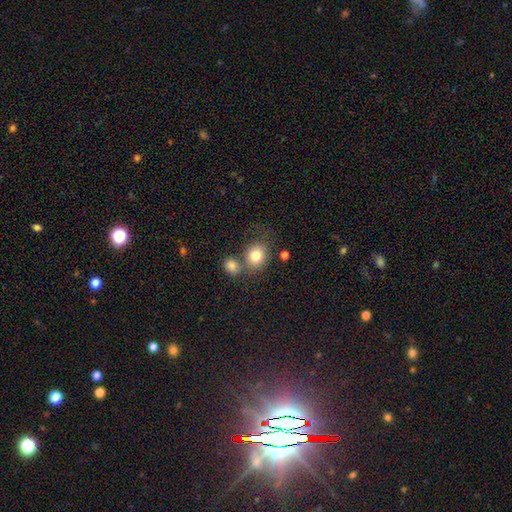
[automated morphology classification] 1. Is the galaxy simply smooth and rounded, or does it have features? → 81% smooth, 10% star or artifact, 10% featured or disk.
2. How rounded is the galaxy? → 65% round, 34% in between, 1% cigar-shaped.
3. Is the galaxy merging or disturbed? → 53% none, 28% merger, 13% minor disturbance, 6% major disturbance.